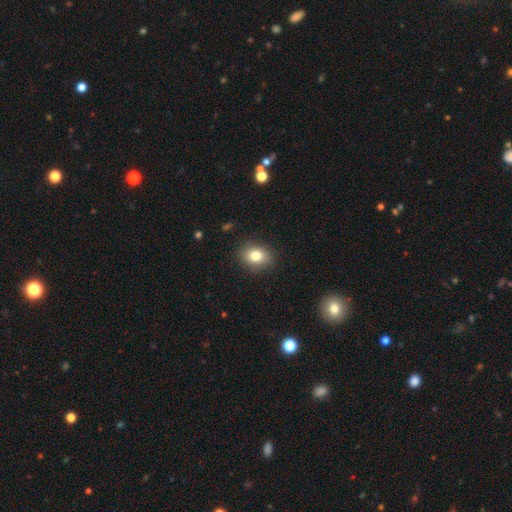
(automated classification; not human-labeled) Smooth or featured?
  - smooth: 80% *
  - star or artifact: 10%
  - featured or disk: 9%
How rounded?
  - in between: 54% *
  - round: 45%
  - cigar-shaped: 1%
Merging?
  - none: 87% *
  - minor disturbance: 9%
  - major disturbance: 2%
  - merger: 1%